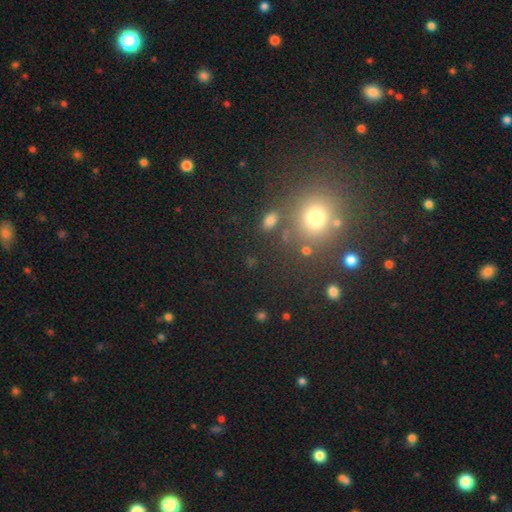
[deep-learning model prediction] Smooth or featured? smooth (51%)
How rounded? round (88%)
Merging? none (82%)